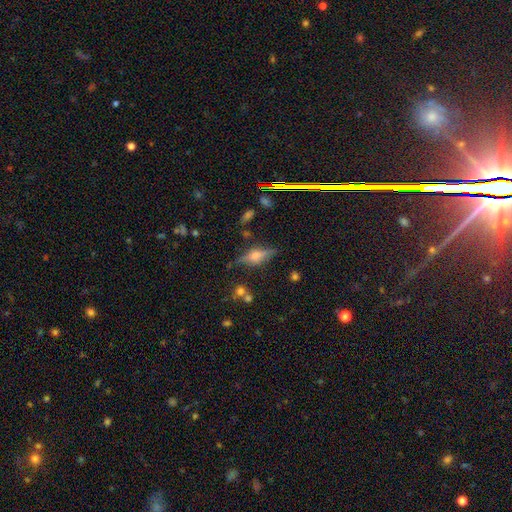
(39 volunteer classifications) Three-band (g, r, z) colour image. It shows a featured or disk galaxy (77%) viewed edge-on (100%) with a rounded central bulge (83%). Merging: none (81%).